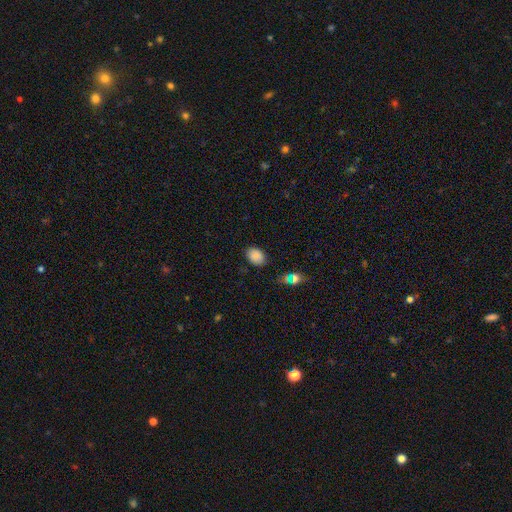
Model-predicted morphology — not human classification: Overall: smooth (86%). How rounded: in between (77%). Merging: none (82%).